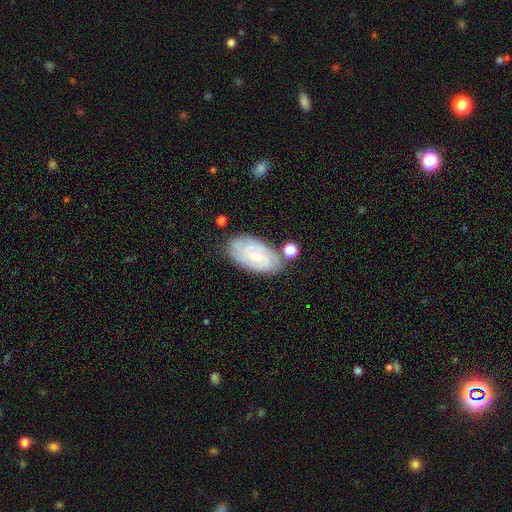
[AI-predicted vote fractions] smooth_or_featured: featured or disk (p=0.69) [alt: smooth p=0.23]
disk_edge_on: no (p=0.94) [alt: yes p=0.06]
bar: no (p=0.58) [alt: weak p=0.35]
has_spiral_arms: yes (p=0.90) [alt: no p=0.10]
spiral_winding: tight (p=0.66) [alt: medium p=0.27]
spiral_arm_count: can't tell (p=0.40) [alt: 2 p=0.27]
bulge_size: small (p=0.66) [alt: moderate p=0.29]
merging: none (p=0.73) [alt: minor disturbance p=0.17]